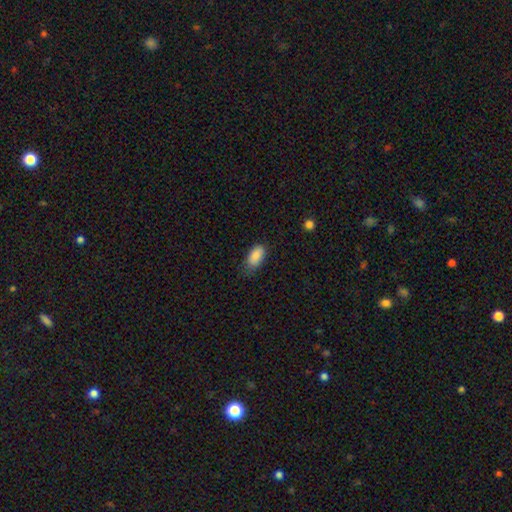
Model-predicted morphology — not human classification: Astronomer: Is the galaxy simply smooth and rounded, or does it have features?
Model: smooth — 88%.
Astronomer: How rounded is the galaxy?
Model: in between — 93%.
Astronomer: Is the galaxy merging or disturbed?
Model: none — 60%.